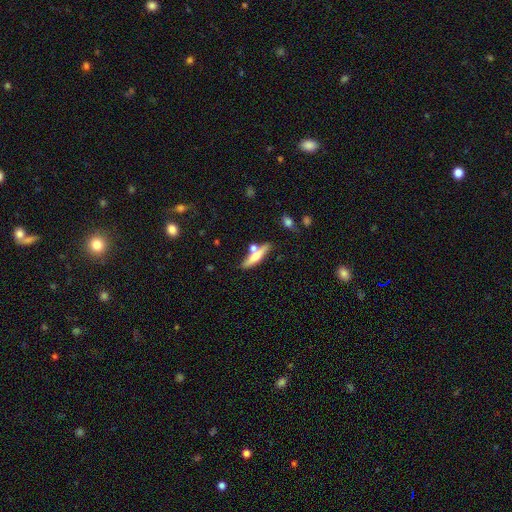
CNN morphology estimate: This appears to be a smooth galaxy with no disk features (53%) that is cigar-shaped (78%). Merging: none (65%).